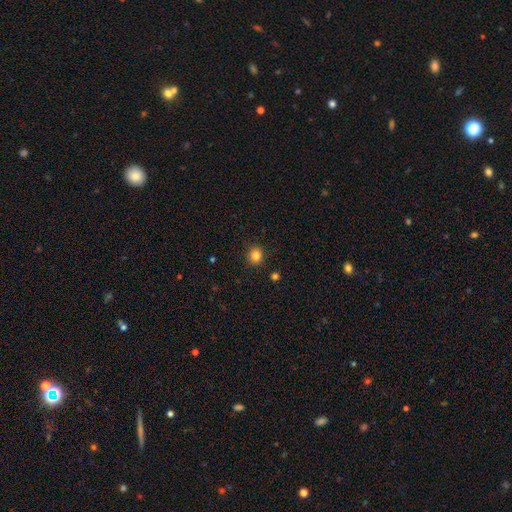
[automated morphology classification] smooth-or-featured: smooth: 84% | star or artifact: 12% | featured or disk: 4%
  how-rounded: round: 84% | in between: 15% | cigar-shaped: 1%
  merging: none: 90% | minor disturbance: 7% | major disturbance: 2% | merger: 1%